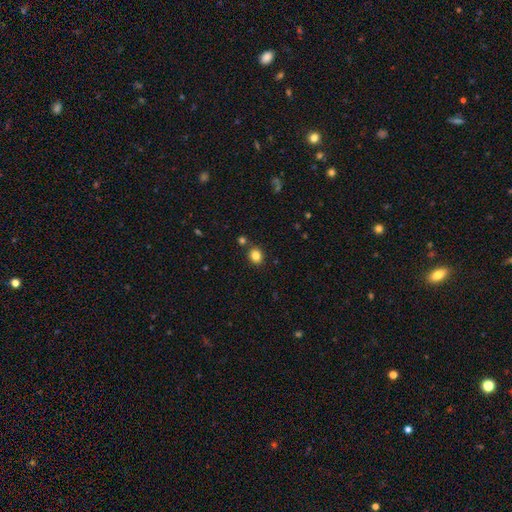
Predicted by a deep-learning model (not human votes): smooth_or_featured: smooth (p=0.84) [alt: star or artifact p=0.11]
how_rounded: round (p=0.69) [alt: in between p=0.30]
merging: none (p=0.83) [alt: minor disturbance p=0.08]